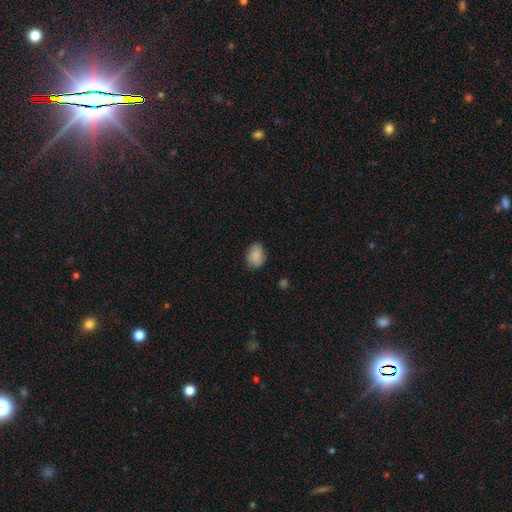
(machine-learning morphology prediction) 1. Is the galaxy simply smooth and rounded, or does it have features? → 86% smooth, 8% star or artifact, 6% featured or disk.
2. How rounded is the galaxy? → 69% in between, 30% round, 1% cigar-shaped.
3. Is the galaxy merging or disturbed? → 77% none, 18% minor disturbance, 3% major disturbance, 1% merger.